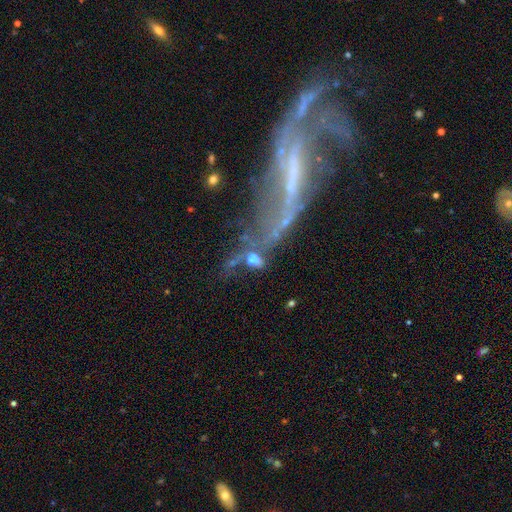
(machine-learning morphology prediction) type=featured or disk (65%); edge-on=no (74%); merging=none (33%).